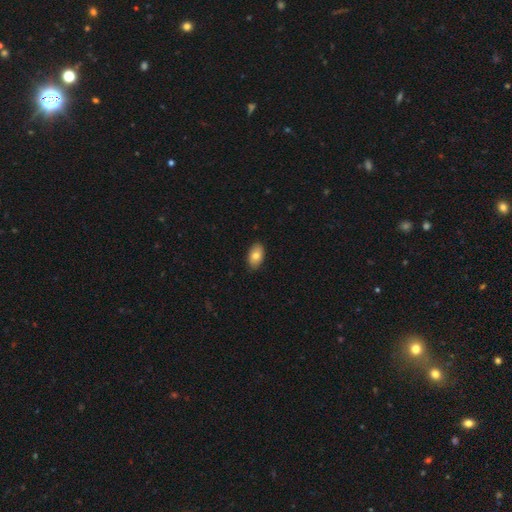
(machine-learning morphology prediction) Smooth or featured? smooth (78%)
How rounded? in between (92%)
Merging? none (87%)